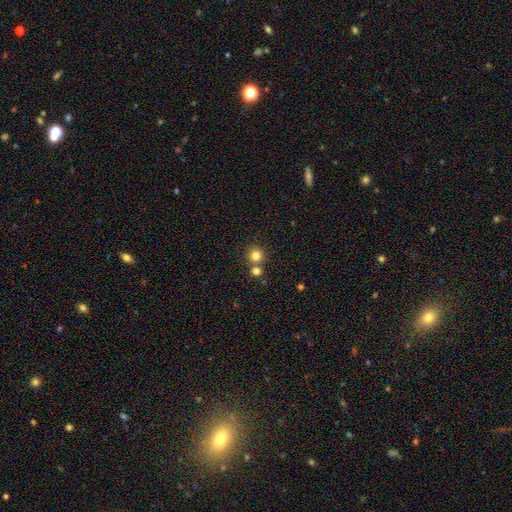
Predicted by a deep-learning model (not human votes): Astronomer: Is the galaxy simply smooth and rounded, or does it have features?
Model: smooth — 81%.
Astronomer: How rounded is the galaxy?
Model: round — 94%.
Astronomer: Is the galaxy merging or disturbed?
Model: none — 71%.